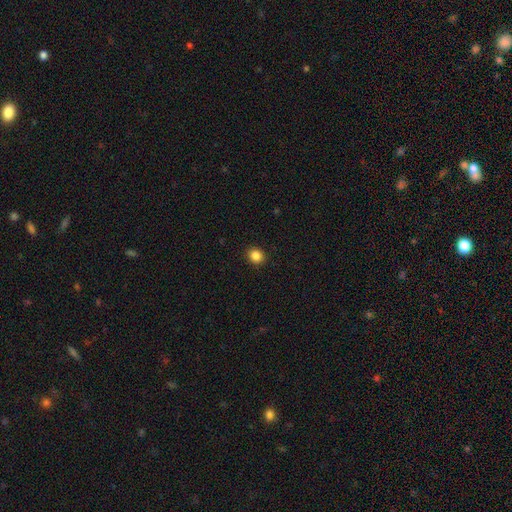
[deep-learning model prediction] Overall: smooth (86%). How rounded: round (76%). Merging: none (92%).